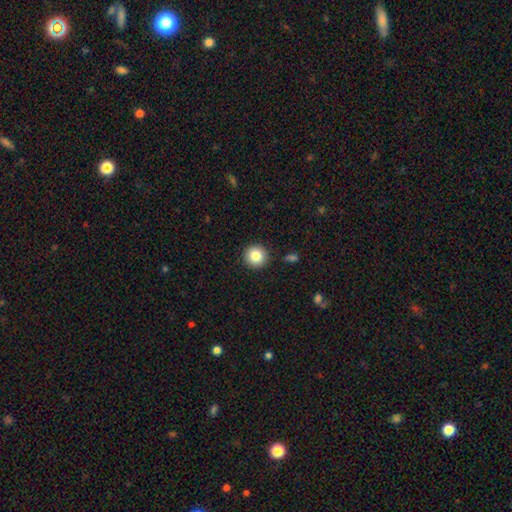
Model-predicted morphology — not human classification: smooth_or_featured: smooth (p=0.85) [alt: star or artifact p=0.09]
how_rounded: round (p=0.95) [alt: in between p=0.04]
merging: none (p=0.91) [alt: minor disturbance p=0.06]